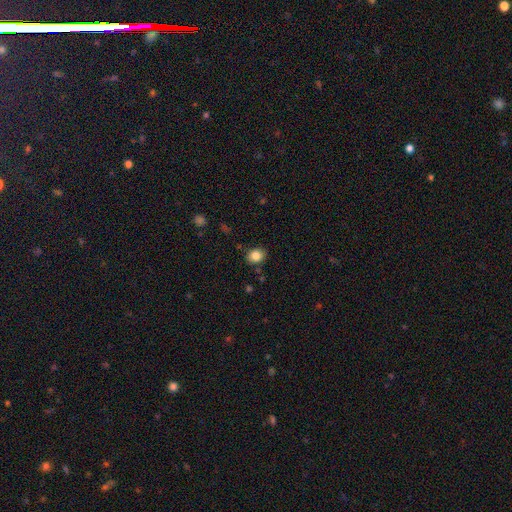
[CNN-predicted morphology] The model was most divided on "how rounded": round: 52%, in between: 47%, cigar-shaped: 1%. More confident: merging — none (83%); smooth or featured — smooth (83%).